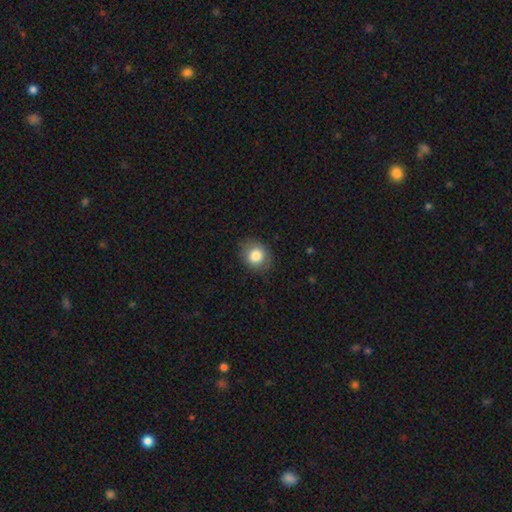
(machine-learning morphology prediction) This is clearly a smooth galaxy (83%). How rounded: likely round (70%). Merging: clearly none (83%).